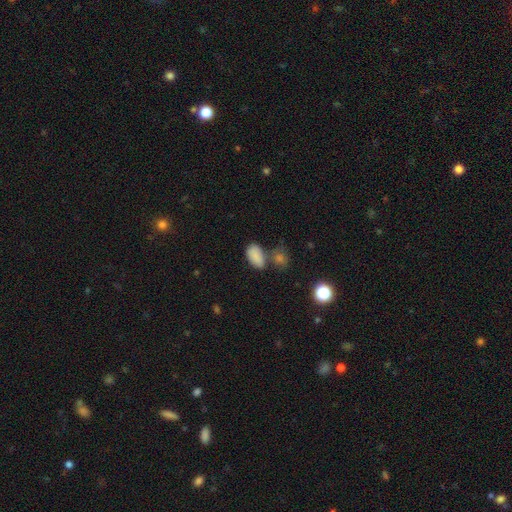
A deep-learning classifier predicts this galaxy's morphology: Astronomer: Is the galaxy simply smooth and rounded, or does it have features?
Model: smooth — 84%.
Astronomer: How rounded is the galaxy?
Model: in between — 93%.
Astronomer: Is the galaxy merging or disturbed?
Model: none — 51%.